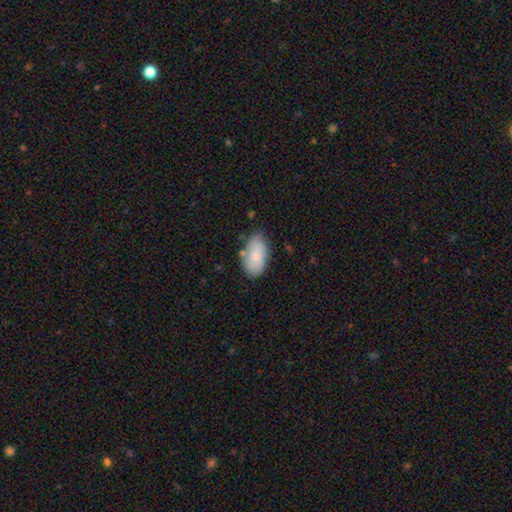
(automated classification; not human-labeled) Smooth or featured: smooth — 73% (featured or disk — 21%)
How rounded: in between — 93% (round — 5%)
Merging: none — 69% (minor disturbance — 22%)